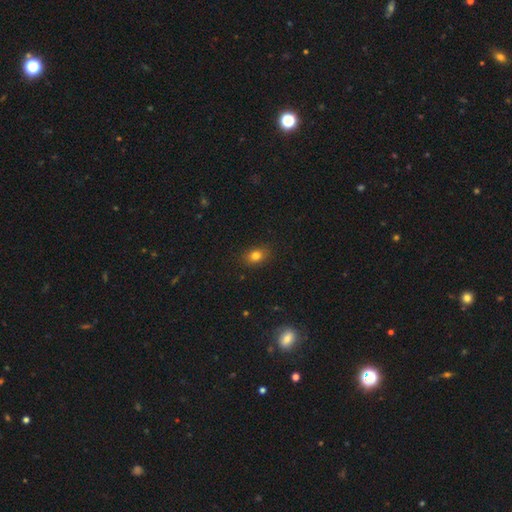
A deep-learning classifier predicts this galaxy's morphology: A smooth galaxy with no disk features (79%) that is in between round and cigar-shaped (61%). Merging: none (87%).